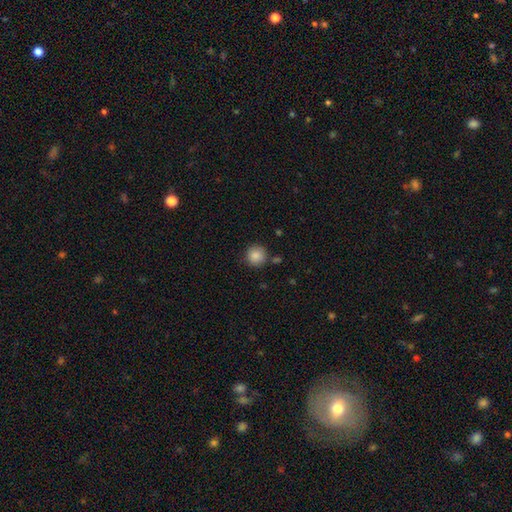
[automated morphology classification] Smooth or featured: smooth — 87% (star or artifact — 9%)
How rounded: round — 94% (in between — 5%)
Merging: none — 84% (minor disturbance — 9%)